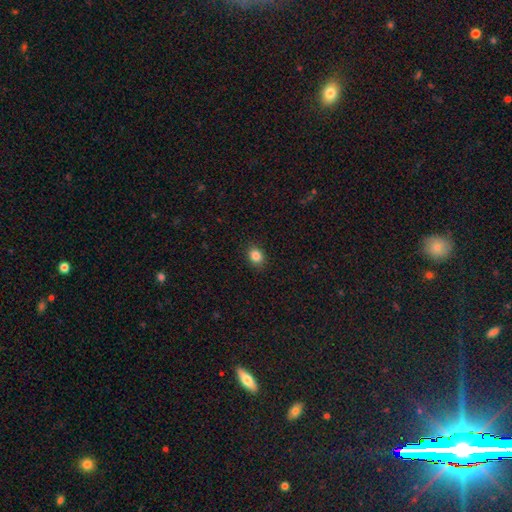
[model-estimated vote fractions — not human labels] Q: Smooth or featured?
A: smooth (85%); runner-up: star or artifact (11%)
Q: How rounded?
A: round (55%); runner-up: in between (44%)
Q: Merging?
A: none (89%); runner-up: minor disturbance (8%)